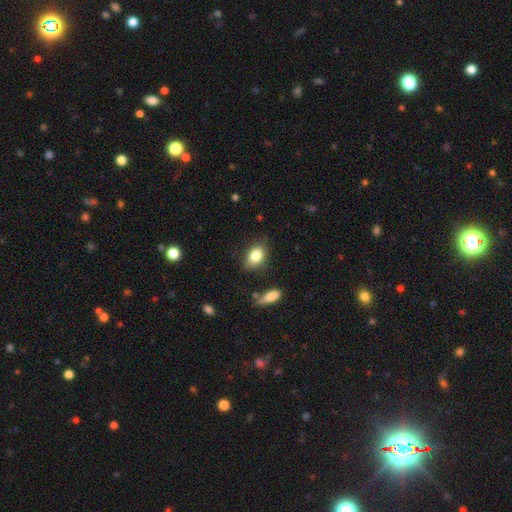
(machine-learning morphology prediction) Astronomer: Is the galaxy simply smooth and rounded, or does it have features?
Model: smooth — 83%.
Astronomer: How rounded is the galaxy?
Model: in between — 81%.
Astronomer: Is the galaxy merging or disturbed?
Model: none — 75%.